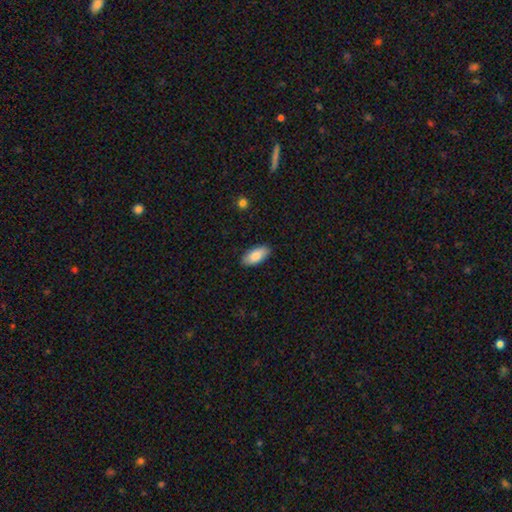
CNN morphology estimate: smooth_or_featured: smooth (p=0.86) [alt: featured or disk p=0.08]
how_rounded: in between (p=0.92) [alt: cigar-shaped p=0.06]
merging: none (p=0.87) [alt: minor disturbance p=0.10]